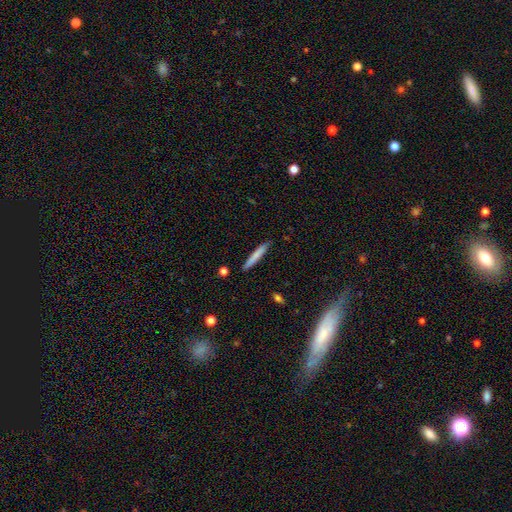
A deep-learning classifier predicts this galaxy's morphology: Overall: smooth (74%). How rounded: cigar-shaped (96%). Merging: none (89%).